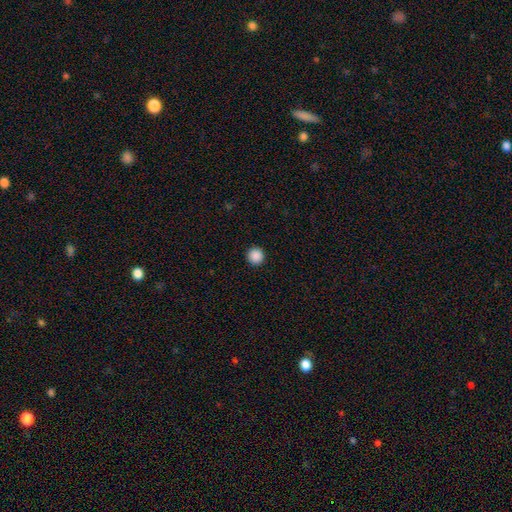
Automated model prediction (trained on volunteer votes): smooth 89%, star or artifact 9%, featured or disk 2%. Down the decision tree: how rounded — round (95%); merging — none (94%).